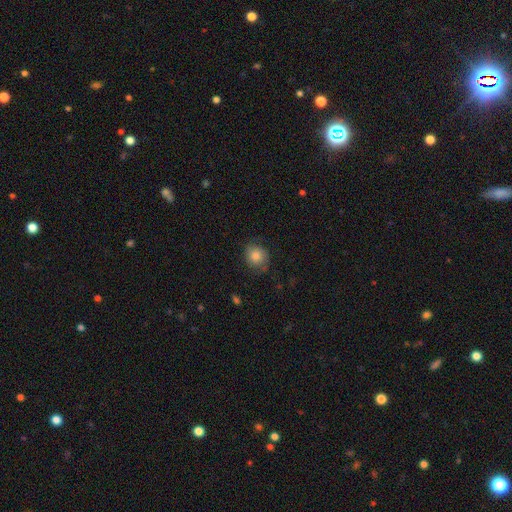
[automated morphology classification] Smooth or featured? Predicted: smooth (p=0.78). How rounded? Predicted: round (p=0.83). Merging? Predicted: none (p=0.73).